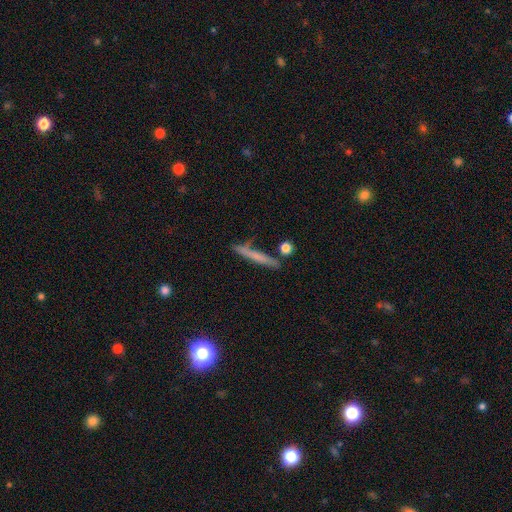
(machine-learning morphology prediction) smooth-or-featured: smooth: 57% | featured or disk: 34% | star or artifact: 9%
  how-rounded: cigar-shaped: 93% | in between: 4% | round: 3%
  merging: none: 74% | minor disturbance: 15% | merger: 7% | major disturbance: 4%